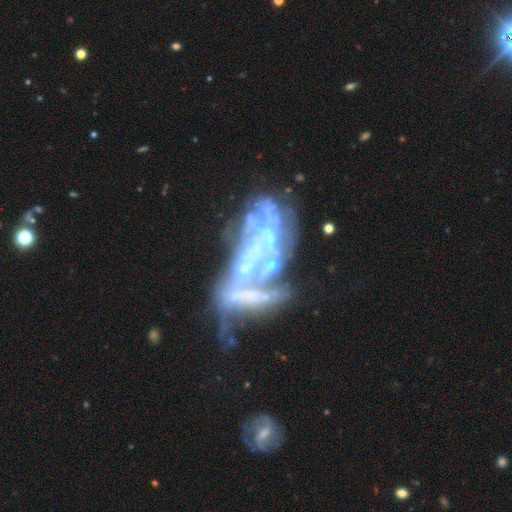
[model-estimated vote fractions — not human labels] The model was most divided on "spiral arms": yes: 52%, no: 48%. Remaining: edge-on disk — no (92%); smooth or featured — featured or disk (78%); bar — no (63%); merging — merger (46%); bulge size — small (41%).